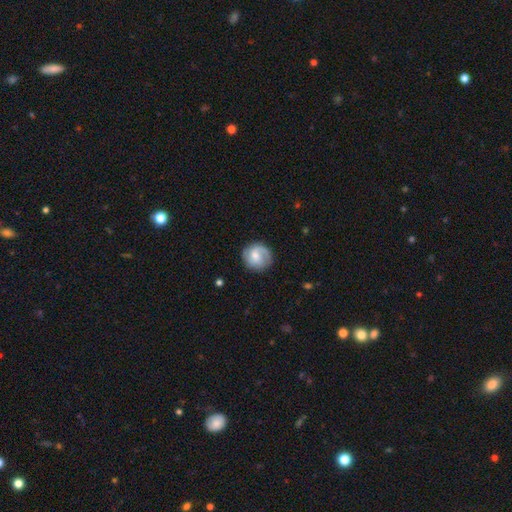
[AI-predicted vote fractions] This is possibly a featured or disk galaxy (54%). It is clearly not viewed edge-on (98%). Bar: possibly no (50%). Spiral arm pattern: clearly yes (89%). Central bulge: possibly moderate (49%). Merging: likely none (79%).